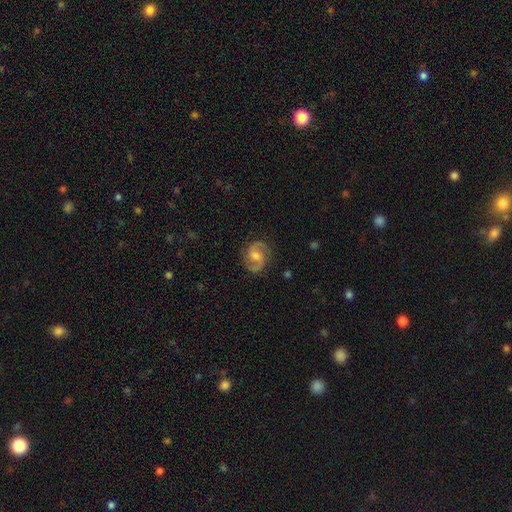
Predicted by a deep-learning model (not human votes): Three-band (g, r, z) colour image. It shows a featured or disk galaxy (88%) with a weak bar (46%), 2 (94%) medium (60%) spiral arms (98%) and a moderate central bulge (54%). Merging: none (85%).